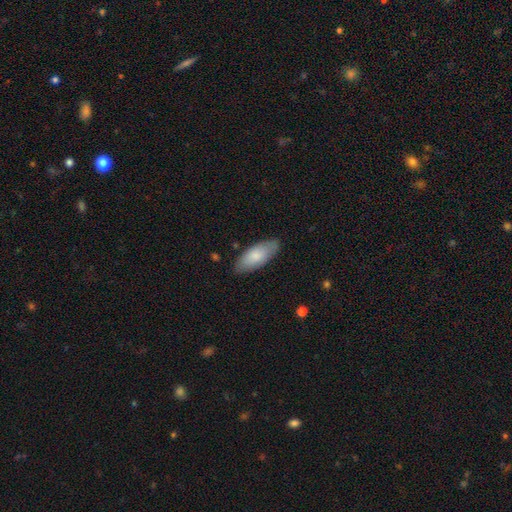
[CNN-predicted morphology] This appears to be a smooth galaxy with no disk features (79%) that is in between round and cigar-shaped (80%). Merging: none (83%).